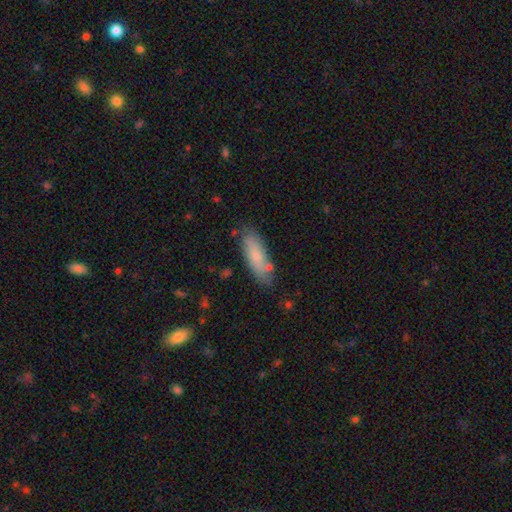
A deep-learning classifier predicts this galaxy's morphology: Smooth or featured? smooth (77%)
How rounded? in between (55%)
Merging? none (77%)